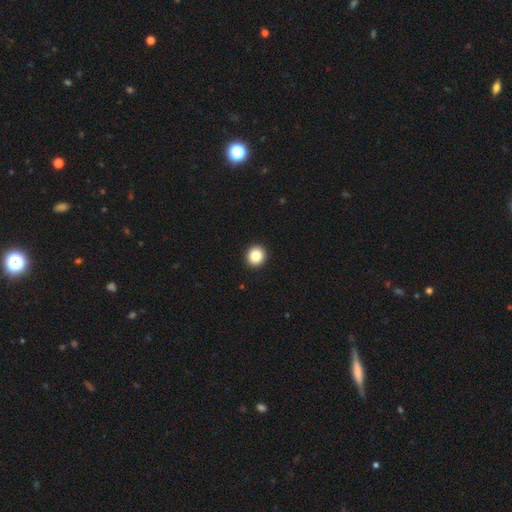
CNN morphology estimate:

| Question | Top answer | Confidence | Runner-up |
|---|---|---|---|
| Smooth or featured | smooth | 85% | star or artifact (9%) |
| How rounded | round | 89% | in between (10%) |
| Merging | none | 94% | minor disturbance (4%) |